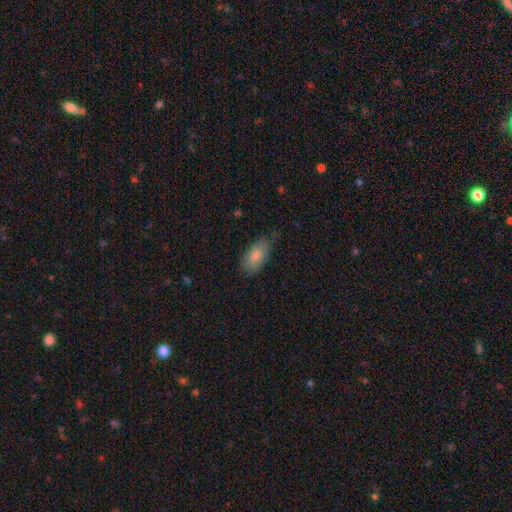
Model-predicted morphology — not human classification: smooth_or_featured: smooth (p=0.81) [alt: featured or disk p=0.13]
how_rounded: in between (p=0.93) [alt: cigar-shaped p=0.04]
merging: none (p=0.64) [alt: minor disturbance p=0.29]